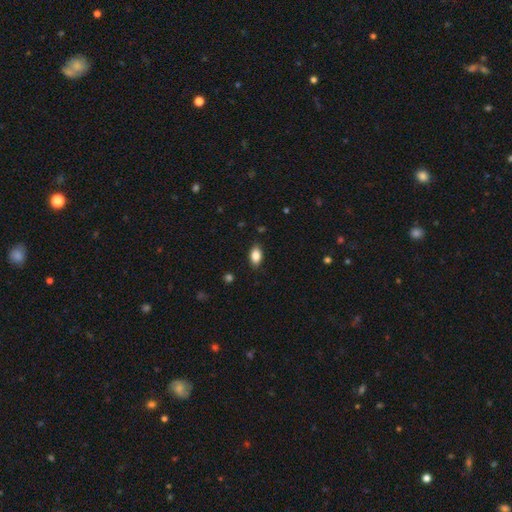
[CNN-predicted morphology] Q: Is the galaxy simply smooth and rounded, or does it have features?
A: smooth — 86%.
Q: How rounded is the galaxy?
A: in between — 91%.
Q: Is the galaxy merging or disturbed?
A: none — 86%.